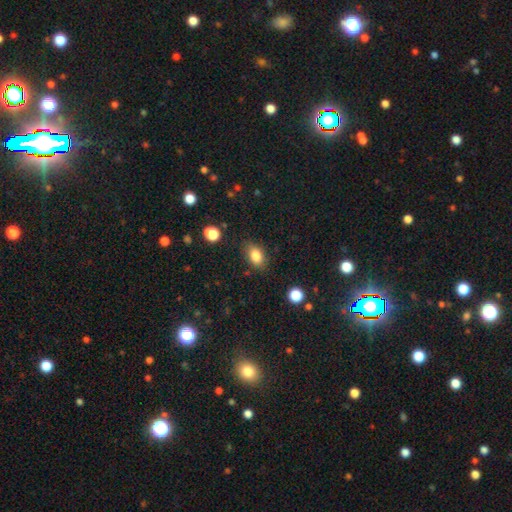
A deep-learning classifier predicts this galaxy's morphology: A smooth galaxy with no disk features (84%) that is in between round and cigar-shaped (82%).

Vote fractions:
- Smooth or featured? smooth: 84% / star or artifact: 9% / featured or disk: 7%
- How rounded? in between: 82% / round: 16% / cigar-shaped: 2%
- Merging? none: 80% / minor disturbance: 15% / major disturbance: 4% / merger: 2%